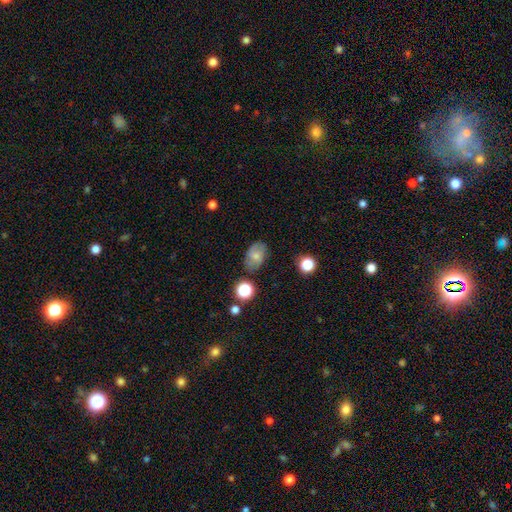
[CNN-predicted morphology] type=smooth (62%); roundness=in between (80%); merging=none (77%).